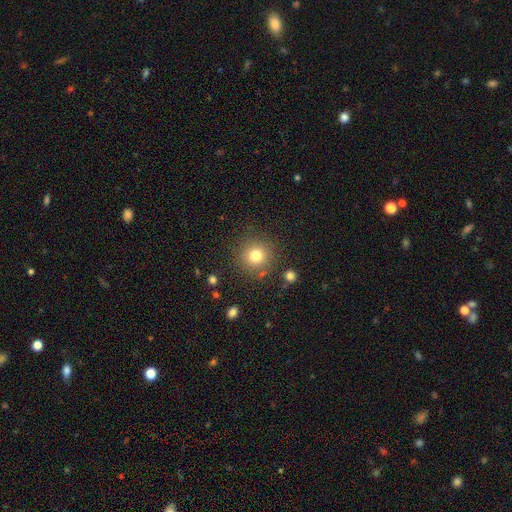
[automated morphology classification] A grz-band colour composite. It shows a smooth galaxy with no disk features (77%) that is round (94%). Merging: none (85%).